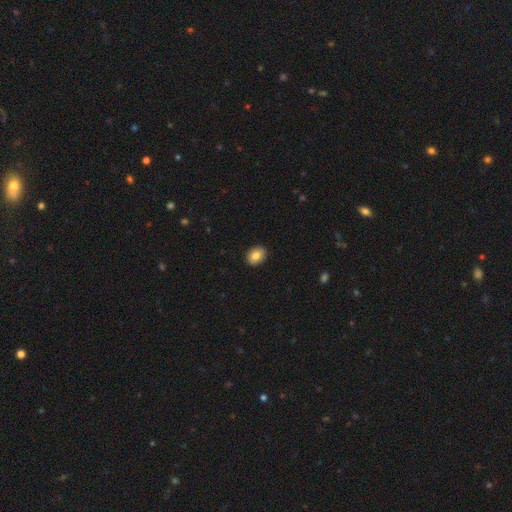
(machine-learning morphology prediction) Smooth or featured?
  - smooth: 84% *
  - star or artifact: 8%
  - featured or disk: 8%
How rounded?
  - in between: 55% *
  - round: 44%
  - cigar-shaped: 1%
Merging?
  - none: 91% *
  - minor disturbance: 7%
  - major disturbance: 2%
  - merger: 1%